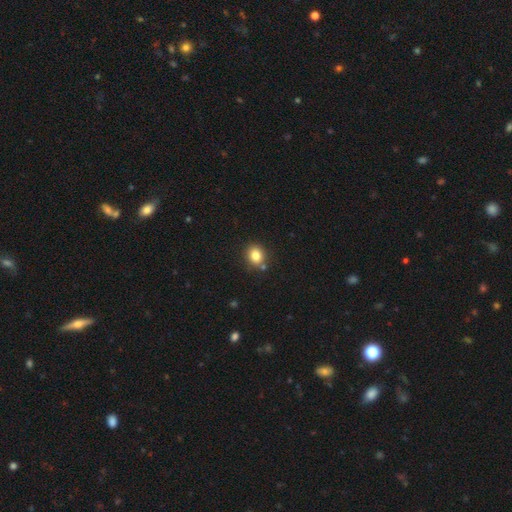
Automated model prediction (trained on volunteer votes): The model was most divided on "how rounded": round: 70%, in between: 29%, cigar-shaped: 1%. More confident: smooth or featured — smooth (83%); merging — none (79%).